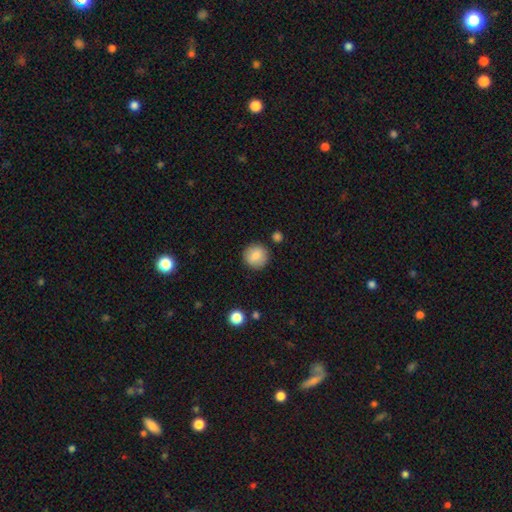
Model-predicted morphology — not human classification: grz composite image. It shows a smooth galaxy with no disk features (85%) that is round (93%). Merging: none (88%).